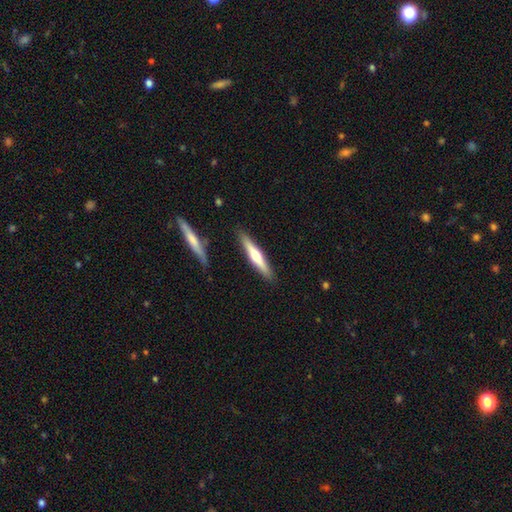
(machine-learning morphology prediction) This appears to be a featured or disk galaxy (52%) viewed edge-on (95%). Merging: none (88%).